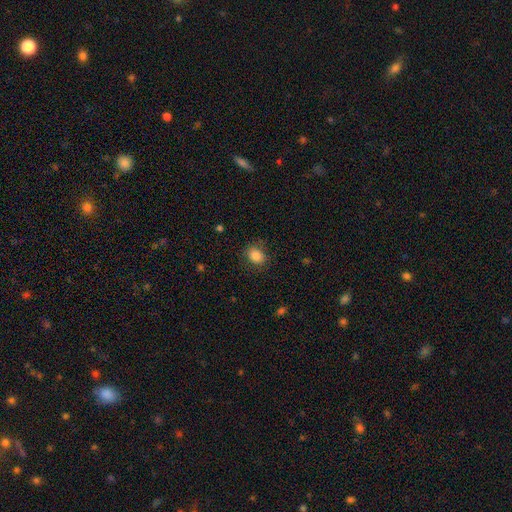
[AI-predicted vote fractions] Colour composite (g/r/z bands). It shows a smooth galaxy with no disk features (85%) that is in between round and cigar-shaped (52%). Merging: none (82%).